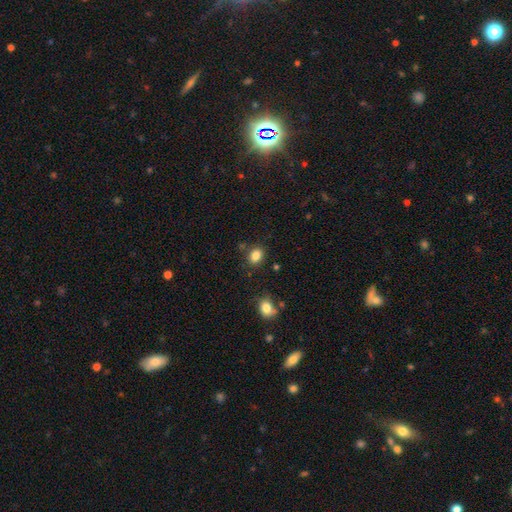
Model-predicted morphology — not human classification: Overall: smooth (85%). How rounded: in between (56%; round 43%). Merging: none (80%).